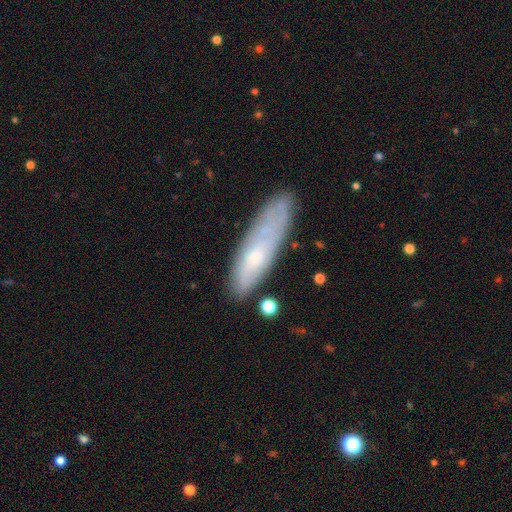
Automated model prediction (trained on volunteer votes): Smooth or featured? smooth (55%)
How rounded? cigar-shaped (62%)
Merging? none (68%)